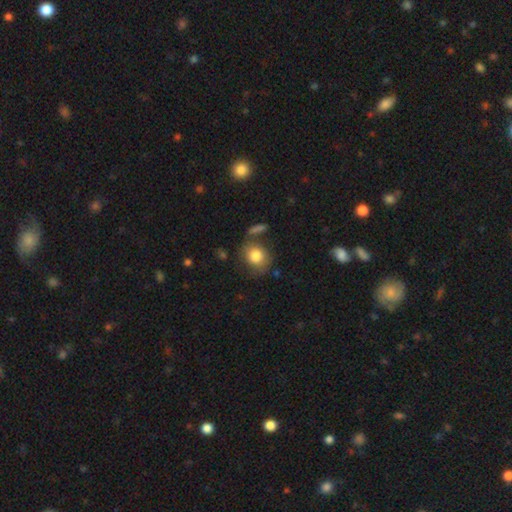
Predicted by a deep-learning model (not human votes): Smooth or featured?
  - smooth: 81% *
  - featured or disk: 10%
  - star or artifact: 8%
How rounded?
  - round: 72% *
  - in between: 27%
  - cigar-shaped: 1%
Merging?
  - none: 69% *
  - minor disturbance: 16%
  - merger: 9%
  - major disturbance: 6%